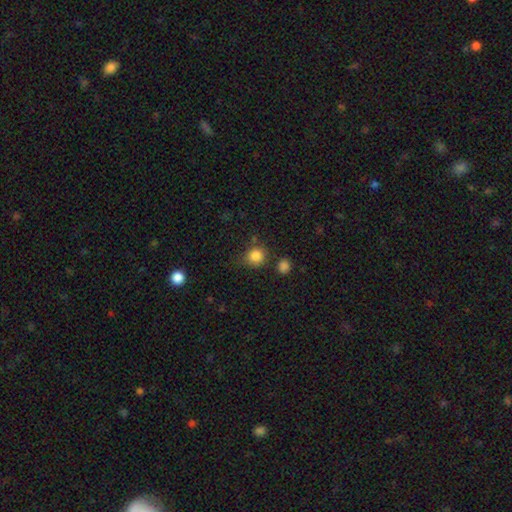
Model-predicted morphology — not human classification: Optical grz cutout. It shows a smooth galaxy with no disk features (84%) that is round (87%). Merging: none (71%).